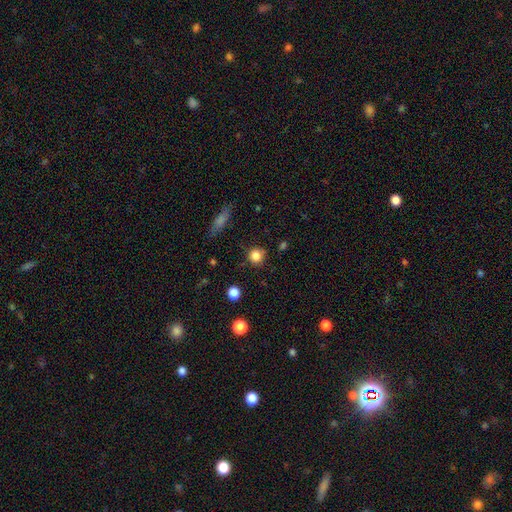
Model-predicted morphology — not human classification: A smooth galaxy with no disk features (83%) that is round (91%).

Vote fractions:
- Smooth or featured? smooth: 83% / star or artifact: 11% / featured or disk: 5%
- How rounded? round: 91% / in between: 8% / cigar-shaped: 1%
- Merging? none: 81% / minor disturbance: 13% / major disturbance: 3% / merger: 3%